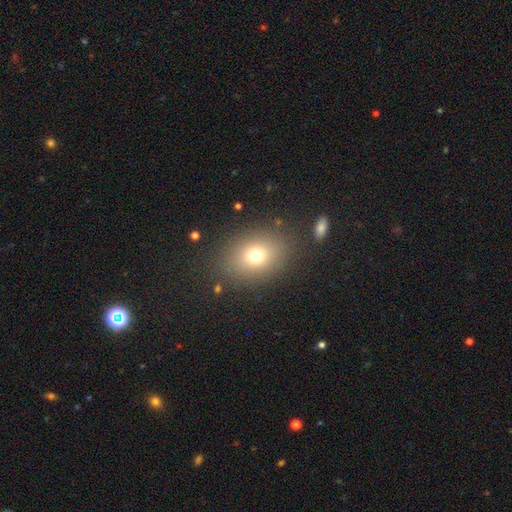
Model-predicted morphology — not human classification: A smooth galaxy with no disk features (72%) that is in between round and cigar-shaped (58%). Merging: none (83%).